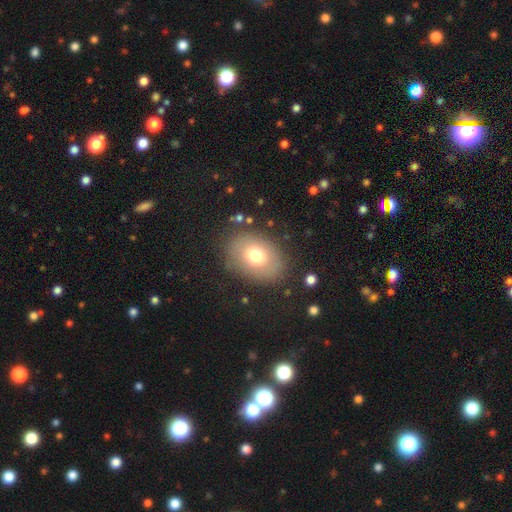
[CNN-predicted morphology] Smooth or featured: smooth — 70% (featured or disk — 19%)
How rounded: in between — 69% (round — 30%)
Merging: none — 81% (minor disturbance — 12%)